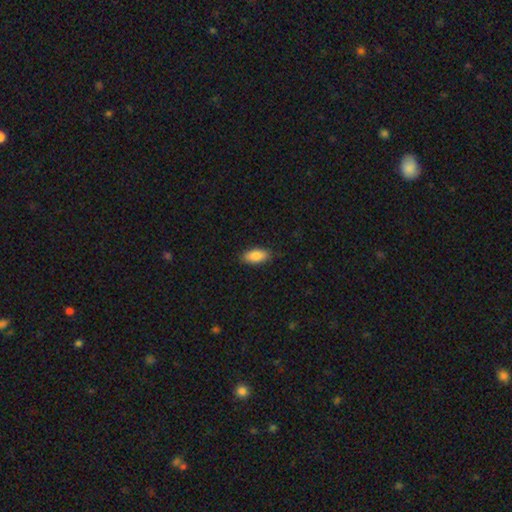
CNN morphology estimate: This is clearly a smooth galaxy (87%). How rounded: clearly in between (89%). Merging: clearly none (86%).